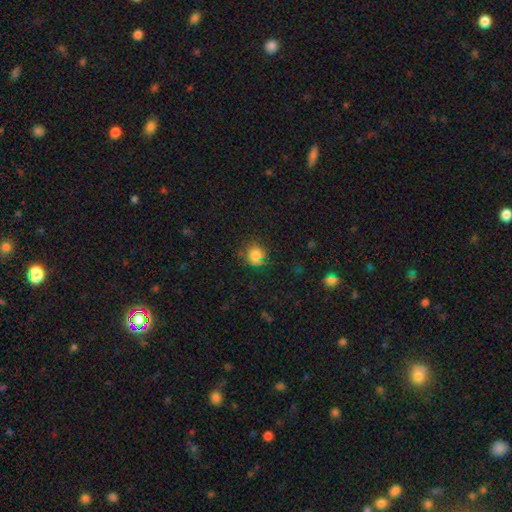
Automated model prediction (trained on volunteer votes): Q: Smooth or featured?
A: smooth (78%); runner-up: star or artifact (15%)
Q: How rounded?
A: round (85%); runner-up: in between (14%)
Q: Merging?
A: none (76%); runner-up: minor disturbance (16%)